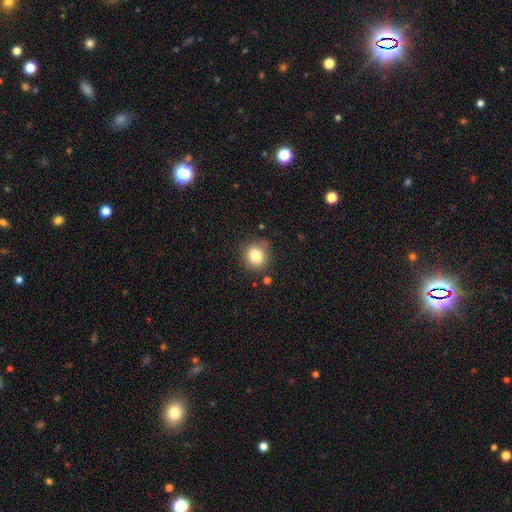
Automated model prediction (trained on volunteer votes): Smooth or featured? smooth (81%)
How rounded? round (86%)
Merging? none (81%)